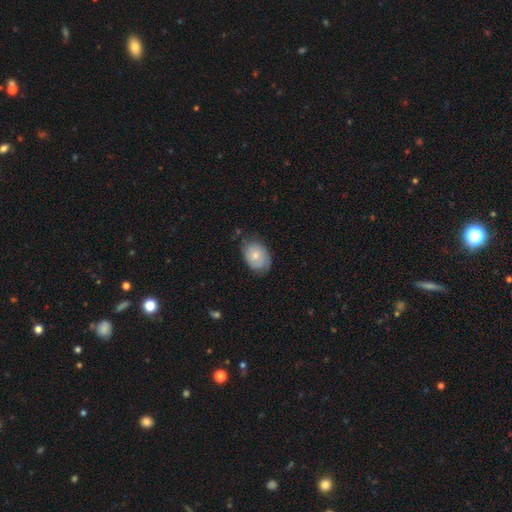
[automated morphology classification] The model was most divided on "smooth or featured": smooth: 63%, featured or disk: 30%, star or artifact: 7%. More confident: how rounded — in between (74%); merging — none (69%).